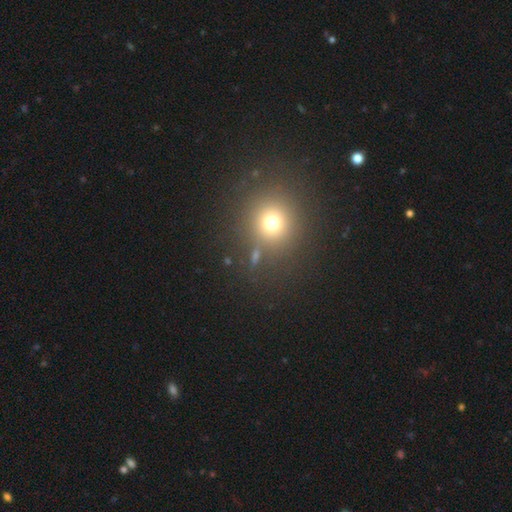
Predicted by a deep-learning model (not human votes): Smooth or featured? smooth (66%)
How rounded? round (90%)
Merging? none (82%)